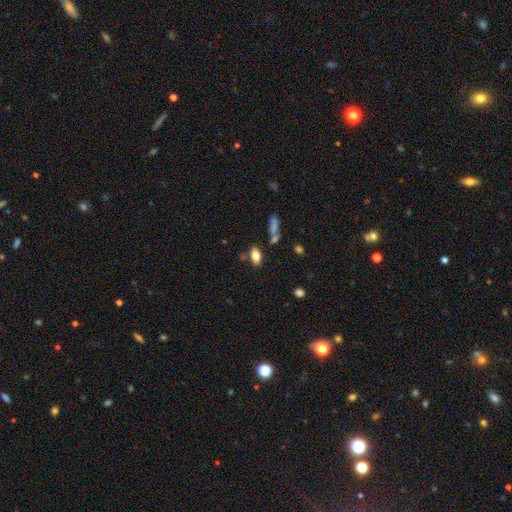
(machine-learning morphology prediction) A smooth galaxy with no disk features (79%) that is in between round and cigar-shaped (89%).

Vote fractions:
- Smooth or featured? smooth: 79% / featured or disk: 12% / star or artifact: 9%
- How rounded? in between: 89% / cigar-shaped: 6% / round: 5%
- Merging? none: 71% / minor disturbance: 14% / merger: 11% / major disturbance: 4%